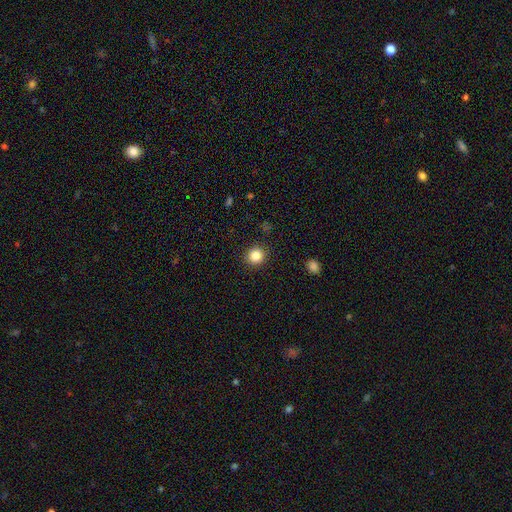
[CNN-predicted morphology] A smooth galaxy with no disk features (85%) that is round (91%). Merging: none (90%).